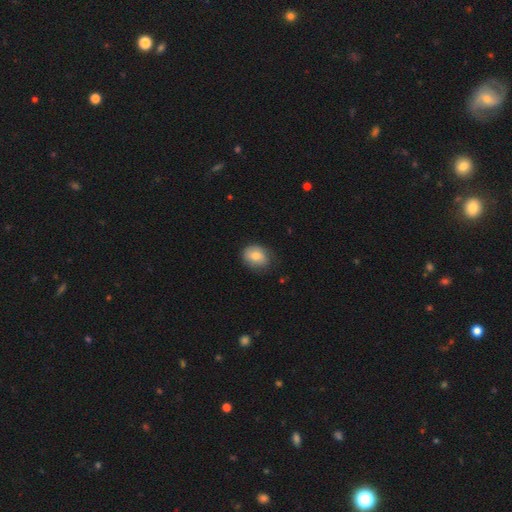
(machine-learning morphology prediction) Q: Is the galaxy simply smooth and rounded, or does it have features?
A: smooth — 74%.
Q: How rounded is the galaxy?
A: in between — 51%.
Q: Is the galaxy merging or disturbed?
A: none — 67%.